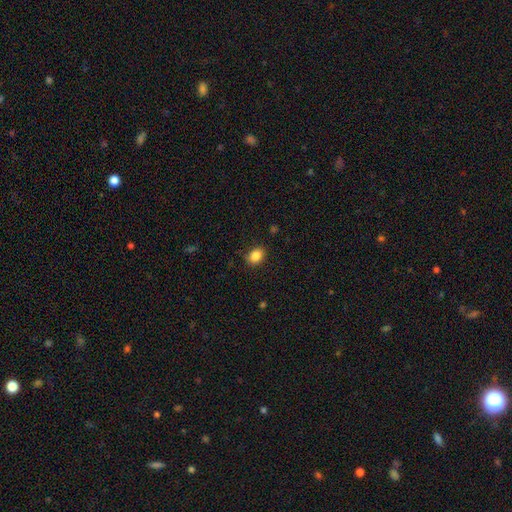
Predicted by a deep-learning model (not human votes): The model was most divided on "how rounded": in between: 63%, round: 36%, cigar-shaped: 1%. More confident: smooth or featured — smooth (86%); merging — none (85%).